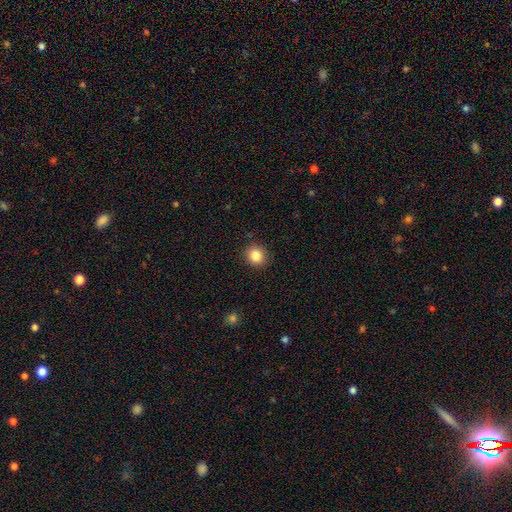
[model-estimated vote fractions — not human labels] This is clearly a smooth galaxy (85%). How rounded: clearly round (83%). Merging: clearly none (91%).